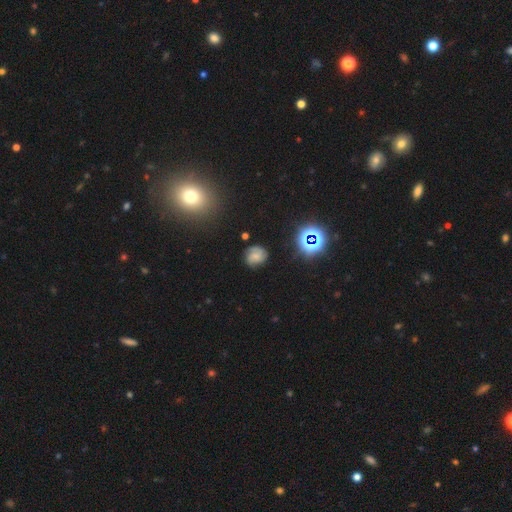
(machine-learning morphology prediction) Smooth or featured: featured or disk — 59% (smooth — 27%)
Edge-on disk: no — 97% (yes — 3%)
Bar: no — 63% (weak — 30%)
Spiral arms: yes — 93% (no — 7%)
Spiral winding: tight — 45% (medium — 42%)
Spiral arm count: 2 — 51% (3 — 18%)
Bulge size: small — 39% (none — 31%)
Merging: none — 71% (minor disturbance — 19%)